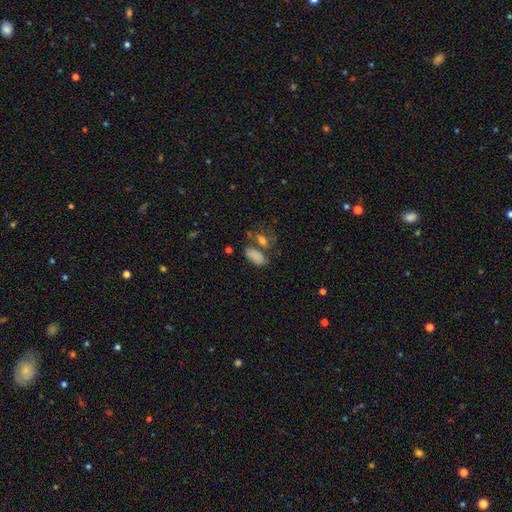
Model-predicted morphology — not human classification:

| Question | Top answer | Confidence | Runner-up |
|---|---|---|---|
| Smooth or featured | smooth | 81% | star or artifact (10%) |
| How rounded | in between | 87% | cigar-shaped (9%) |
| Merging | none | 52% | merger (23%) |